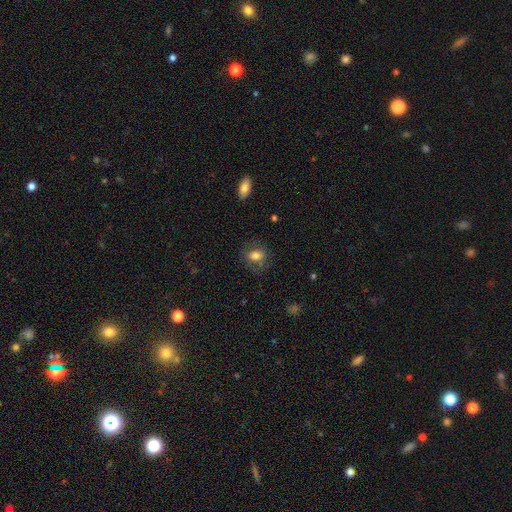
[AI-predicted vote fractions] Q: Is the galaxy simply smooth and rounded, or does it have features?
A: smooth — 72%.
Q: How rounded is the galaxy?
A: in between — 62%.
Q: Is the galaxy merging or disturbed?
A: none — 71%.